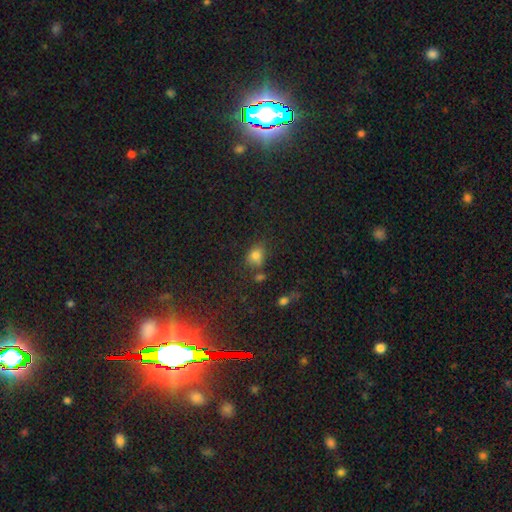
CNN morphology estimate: Smooth or featured: smooth — 76% (star or artifact — 15%)
How rounded: in between — 57% (round — 41%)
Merging: none — 58% (minor disturbance — 22%)